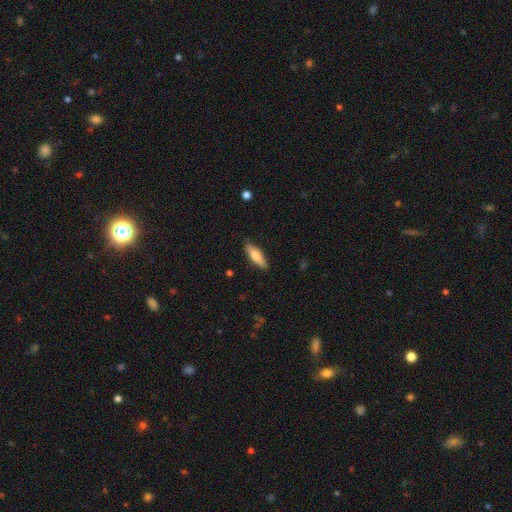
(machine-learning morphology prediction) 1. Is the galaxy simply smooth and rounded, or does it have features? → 72% smooth, 22% featured or disk, 6% star or artifact.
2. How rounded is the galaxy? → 53% cigar-shaped, 45% in between, 2% round.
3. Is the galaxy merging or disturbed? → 86% none, 11% minor disturbance, 2% major disturbance, 1% merger.